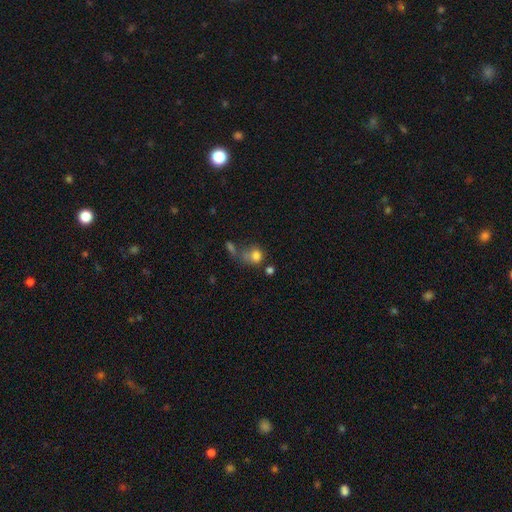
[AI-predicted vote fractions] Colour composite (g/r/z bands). It shows a smooth galaxy with no disk features (77%) that is round (67%). Merging: none (35%).